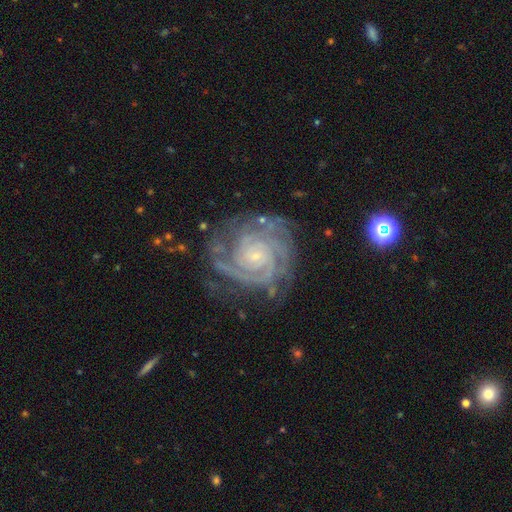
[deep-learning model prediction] Smooth or featured: featured or disk — 91% (star or artifact — 5%)
Edge-on disk: no — 98% (yes — 2%)
Bar: no — 73% (weak — 20%)
Spiral arms: yes — 98% (no — 2%)
Spiral winding: tight — 80% (medium — 18%)
Spiral arm count: 3 — 26% (4 — 22%)
Bulge size: small — 84% (moderate — 10%)
Merging: none — 73% (minor disturbance — 18%)